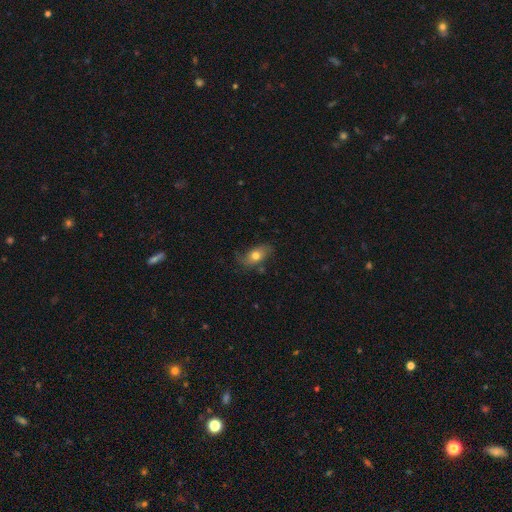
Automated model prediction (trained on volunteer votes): This is likely a smooth galaxy (66%). How rounded: clearly in between (84%). Merging: likely none (61%).